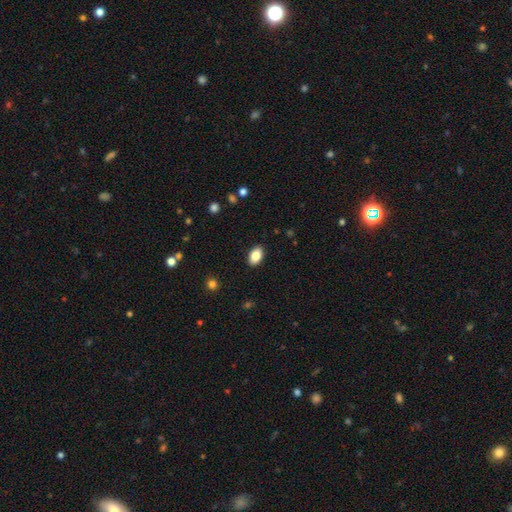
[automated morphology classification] A smooth galaxy with no disk features (86%) that is in between round and cigar-shaped (92%).

Vote fractions:
- Smooth or featured? smooth: 86% / star or artifact: 8% / featured or disk: 7%
- How rounded? in between: 92% / round: 7% / cigar-shaped: 2%
- Merging? none: 89% / minor disturbance: 8% / major disturbance: 2% / merger: 1%